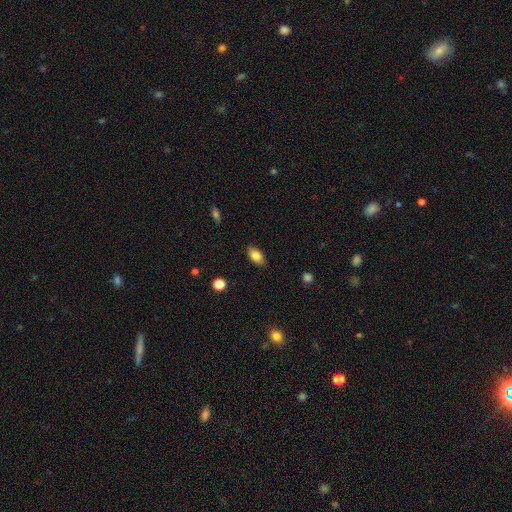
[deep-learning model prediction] smooth_or_featured: smooth (p=0.84) [alt: star or artifact p=0.08]
how_rounded: in between (p=0.90) [alt: round p=0.06]
merging: none (p=0.86) [alt: minor disturbance p=0.10]